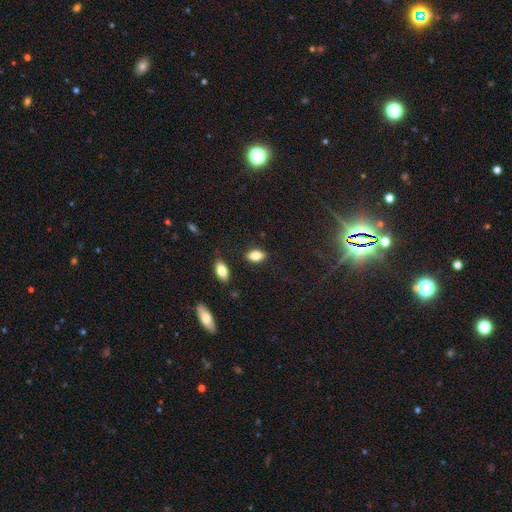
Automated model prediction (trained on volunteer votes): Morphology: type=smooth (81%); roundness=in between (89%); merging=none (85%).